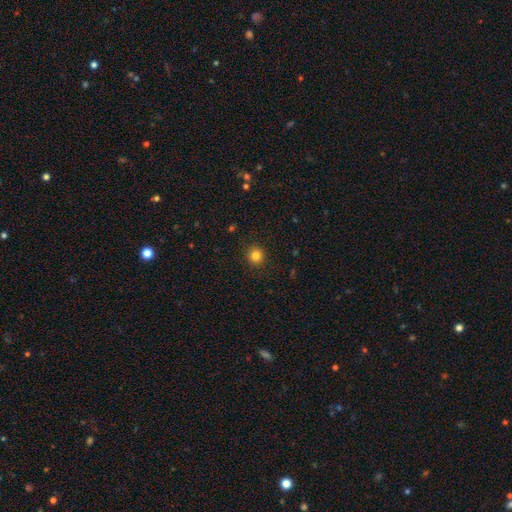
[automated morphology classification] A smooth galaxy with no disk features (83%) that is round (93%). Merging: none (92%).